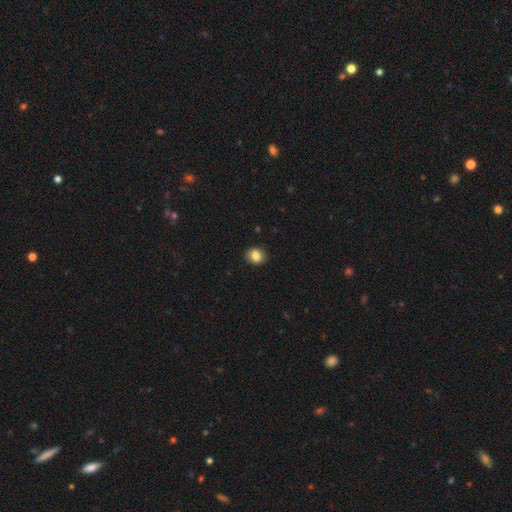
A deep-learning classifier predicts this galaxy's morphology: Q: Smooth or featured?
A: smooth (84%); runner-up: star or artifact (9%)
Q: How rounded?
A: round (66%); runner-up: in between (33%)
Q: Merging?
A: none (90%); runner-up: minor disturbance (7%)